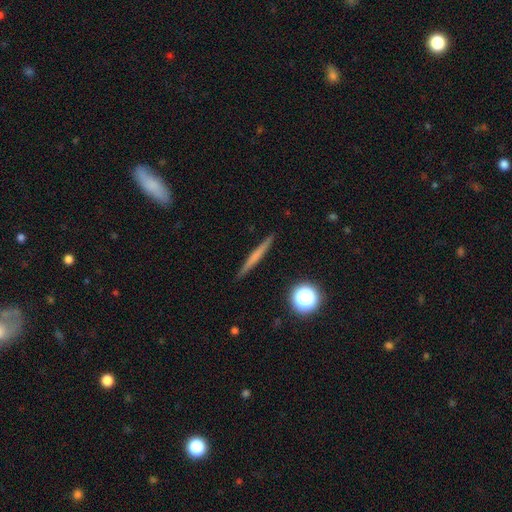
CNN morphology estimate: Smooth or featured? Predicted: smooth (p=0.48). Merging? Predicted: none (p=0.91).